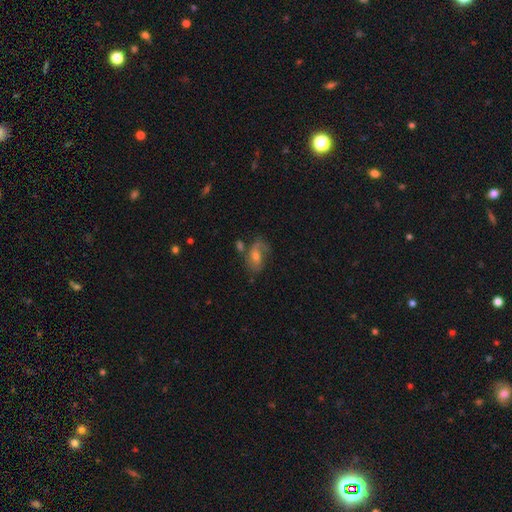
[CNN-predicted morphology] This is possibly a featured or disk galaxy (58%). It is clearly not viewed edge-on (94%). Bar: possibly no (53%). Spiral arm pattern: clearly yes (81%). Central bulge: possibly moderate (58%). Merging: possibly none (54%).